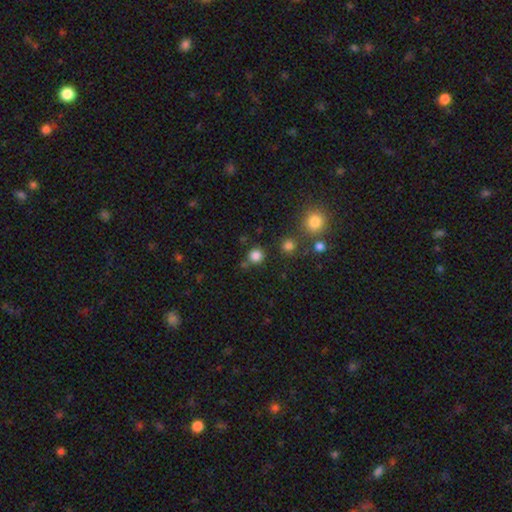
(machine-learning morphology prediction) Smooth or featured: smooth — 82% (star or artifact — 14%)
How rounded: round — 92% (in between — 7%)
Merging: none — 80% (minor disturbance — 8%)